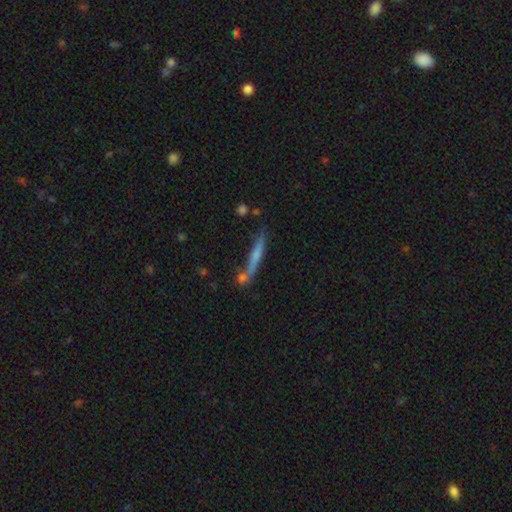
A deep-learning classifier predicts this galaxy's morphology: A featured or disk galaxy (49%).

Vote fractions:
- Smooth or featured? featured or disk: 49% / smooth: 43% / star or artifact: 8%
- Merging? none: 64% / minor disturbance: 16% / merger: 15% / major disturbance: 5%